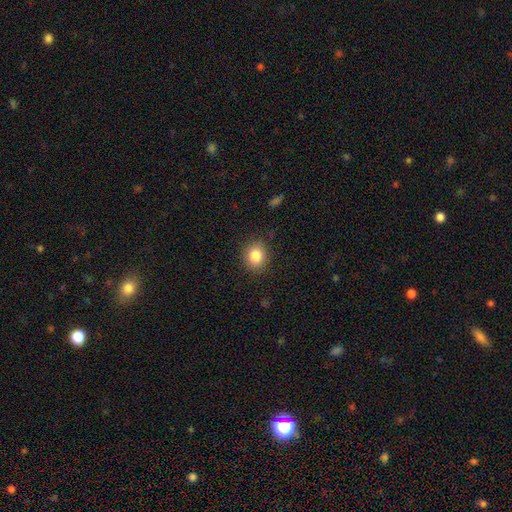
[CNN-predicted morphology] Smooth or featured? Predicted: smooth (p=0.84). How rounded? Predicted: round (p=0.68). Merging? Predicted: none (p=0.87).